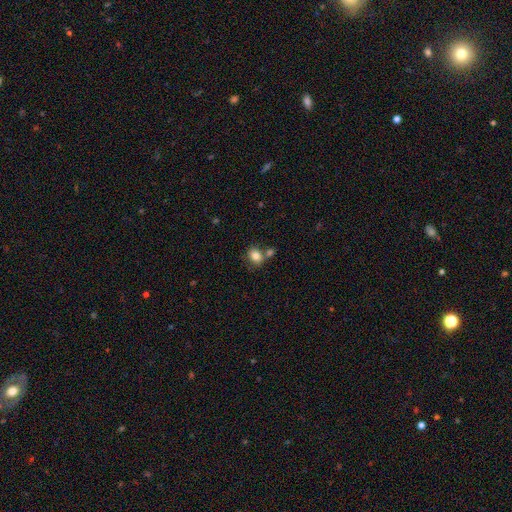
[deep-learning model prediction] Smooth or featured? smooth (81%)
How rounded? round (50%)
Merging? none (57%)